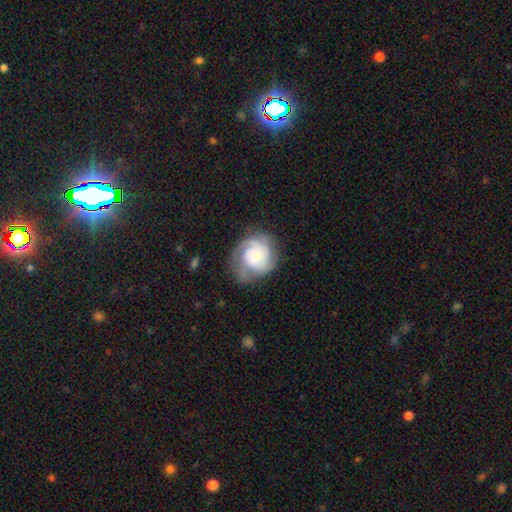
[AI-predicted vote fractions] The model was most divided on "spiral arm count": 3: 33%, 2: 26%, can't tell: 25%, 4: 7%, 1: 5%, more than 4: 4%. More confident: edge-on disk — no (98%); spiral arms — yes (93%); smooth or featured — featured or disk (72%); bar — no (72%); merging — none (63%); spiral winding — tight (55%); bulge size — small (53%).